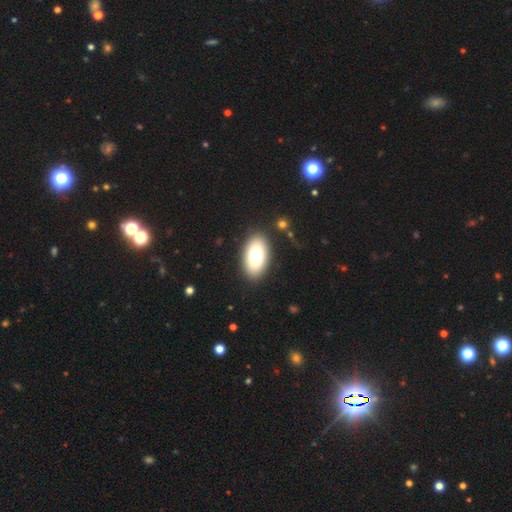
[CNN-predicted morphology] Q: Smooth or featured?
A: smooth (77%); runner-up: featured or disk (16%)
Q: How rounded?
A: in between (94%); runner-up: round (4%)
Q: Merging?
A: none (88%); runner-up: minor disturbance (8%)